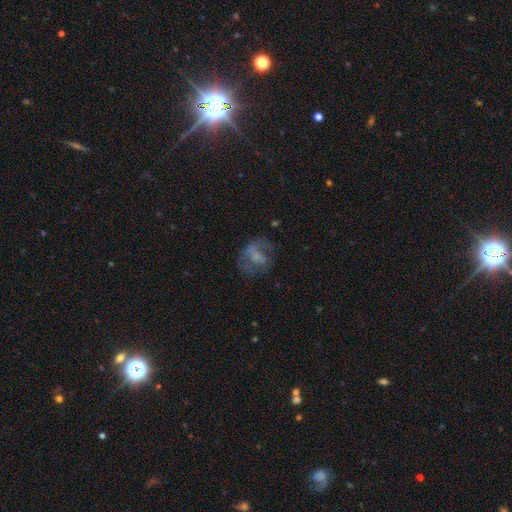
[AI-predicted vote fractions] This is possibly a featured or disk galaxy (50%). Merging: possibly none (46%).